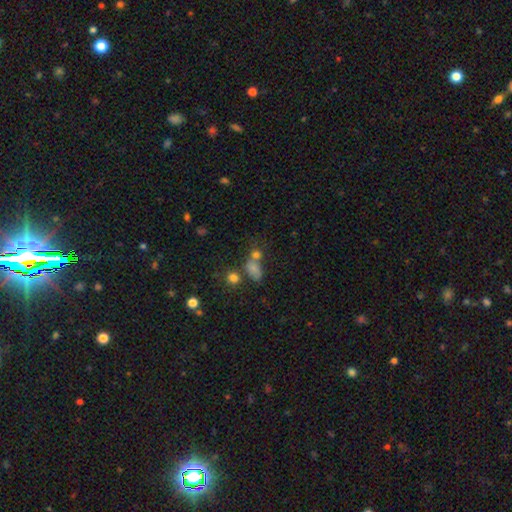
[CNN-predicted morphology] Smooth or featured?
  - smooth: 56% *
  - star or artifact: 32%
  - featured or disk: 12%
How rounded?
  - in between: 55% *
  - round: 38%
  - cigar-shaped: 7%
Merging?
  - none: 44% *
  - merger: 32%
  - minor disturbance: 13%
  - major disturbance: 11%